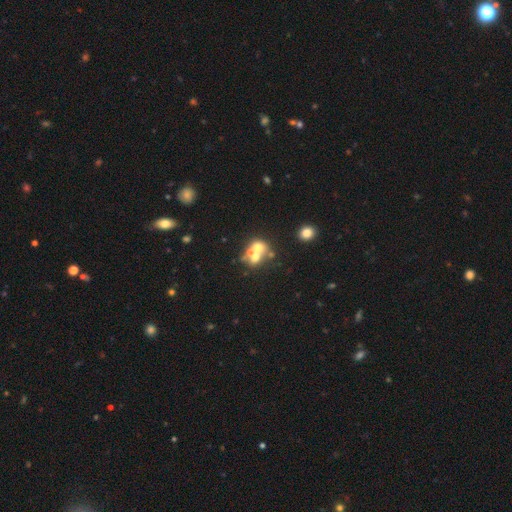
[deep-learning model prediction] Overall: smooth (50%; featured or disk 33%). How rounded: round (71%). Merging: merger (56%; none 31%).